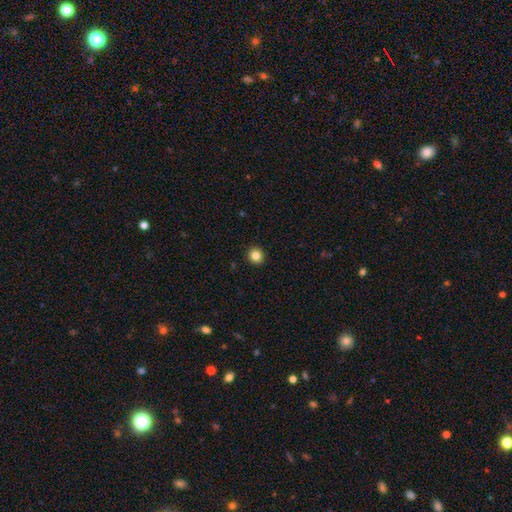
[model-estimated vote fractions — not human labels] A smooth galaxy with no disk features (83%) that is round (91%).

Vote fractions:
- Smooth or featured? smooth: 83% / star or artifact: 11% / featured or disk: 5%
- How rounded? round: 91% / in between: 8% / cigar-shaped: 1%
- Merging? none: 93% / minor disturbance: 4% / major disturbance: 1% / merger: 1%